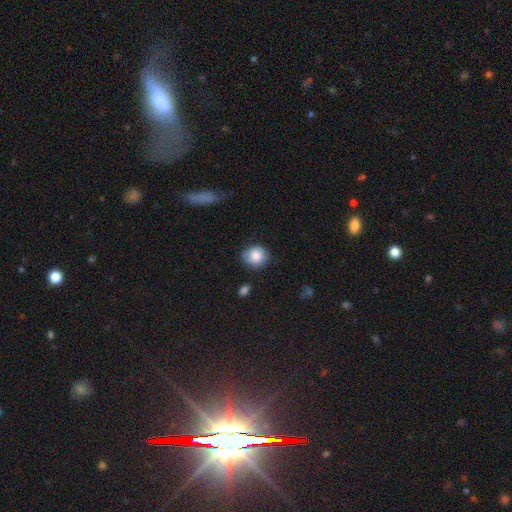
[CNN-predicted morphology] type=smooth (85%); roundness=round (84%); merging=none (78%).